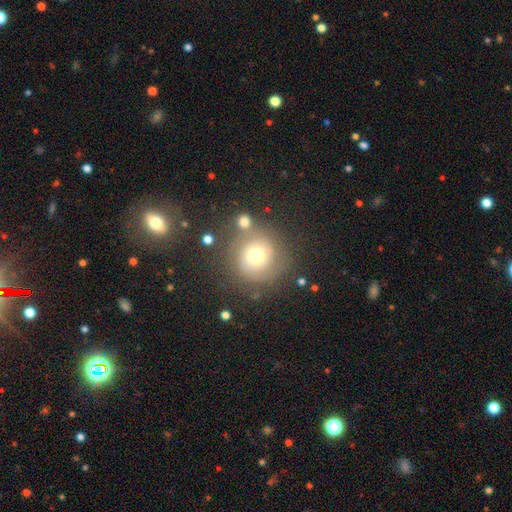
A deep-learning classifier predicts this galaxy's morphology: smooth_or_featured: smooth (p=0.45) [alt: featured or disk p=0.43]
merging: none (p=0.69) [alt: minor disturbance p=0.13]